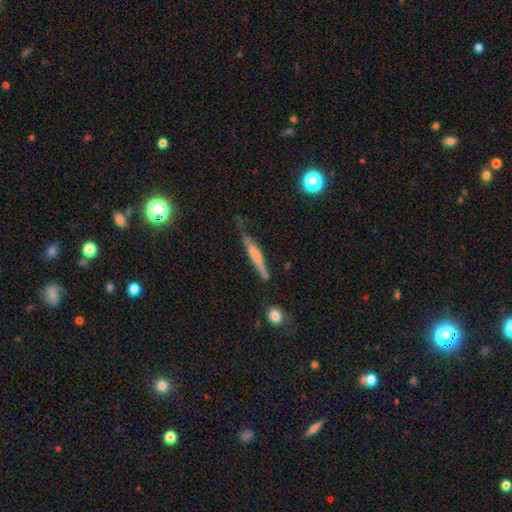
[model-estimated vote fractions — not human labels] This appears to be a smooth galaxy with no disk features (50%) that is cigar-shaped (90%). Merging: none (53%).